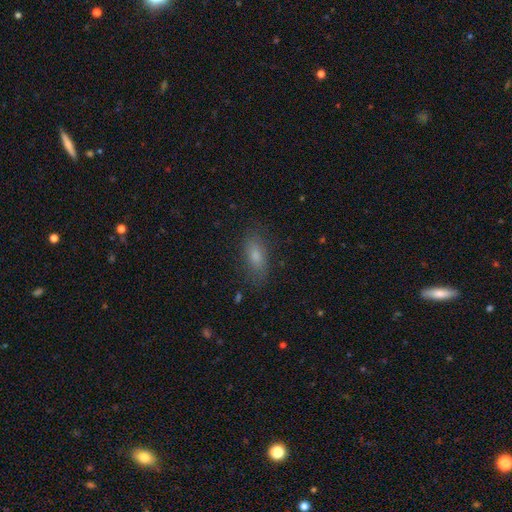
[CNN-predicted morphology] Overall: smooth (73%). How rounded: in between (75%). Merging: none (79%).